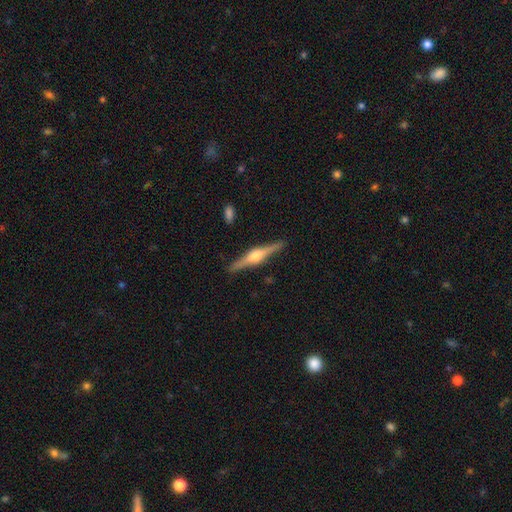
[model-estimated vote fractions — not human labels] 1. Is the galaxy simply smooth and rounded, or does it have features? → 78% featured or disk, 17% smooth, 5% star or artifact.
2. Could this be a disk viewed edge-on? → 98% yes, 2% no.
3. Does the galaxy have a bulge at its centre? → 92% rounded, 6% boxy, 2% none.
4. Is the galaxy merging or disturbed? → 90% none, 7% minor disturbance, 2% major disturbance, 1% merger.